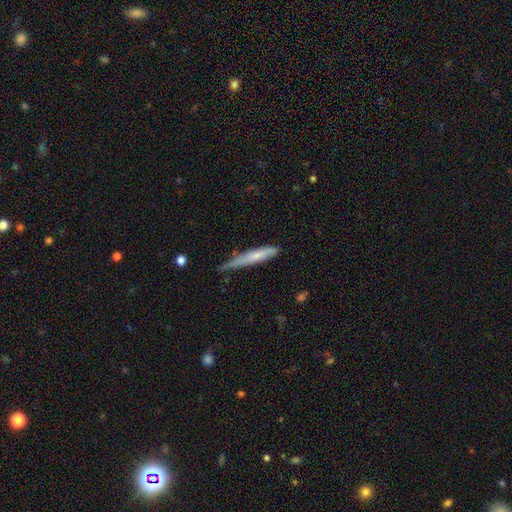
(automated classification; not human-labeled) The model was most divided on "merging": none: 53%, minor disturbance: 37%, major disturbance: 7%, merger: 3%. More confident: how rounded — cigar-shaped (92%); smooth or featured — smooth (62%).